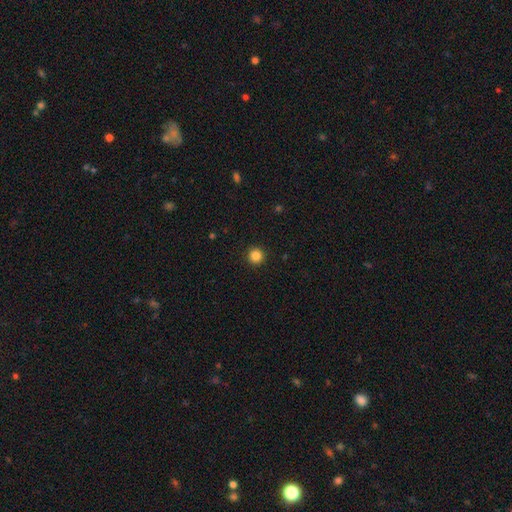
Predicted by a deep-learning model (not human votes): This is clearly a smooth galaxy (86%). How rounded: clearly round (96%). Merging: clearly none (93%).